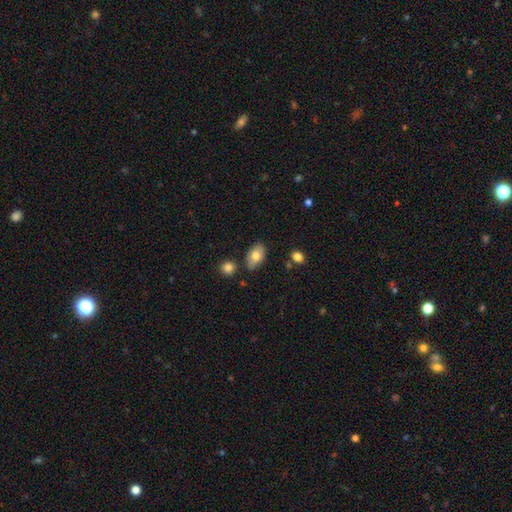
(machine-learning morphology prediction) This is likely a smooth galaxy (77%). How rounded: clearly in between (92%). Merging: likely none (77%).